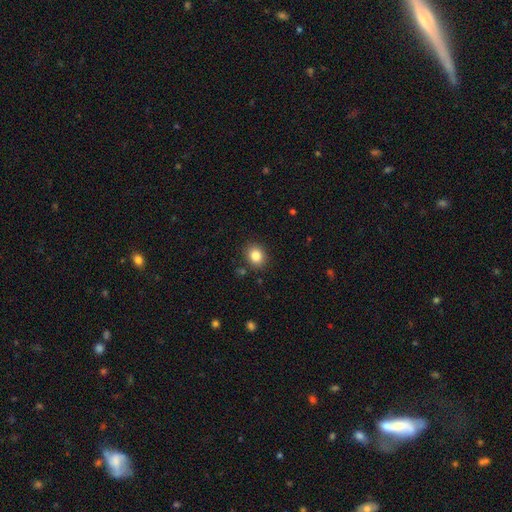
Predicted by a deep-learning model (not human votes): Smooth or featured: smooth — 84% (star or artifact — 10%)
How rounded: round — 55% (in between — 44%)
Merging: none — 87% (minor disturbance — 9%)